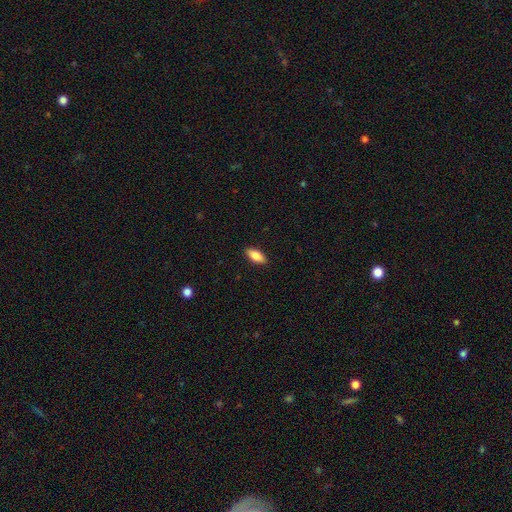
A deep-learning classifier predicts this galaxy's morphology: A smooth galaxy with no disk features (83%) that is in between round and cigar-shaped (85%). Merging: none (89%).